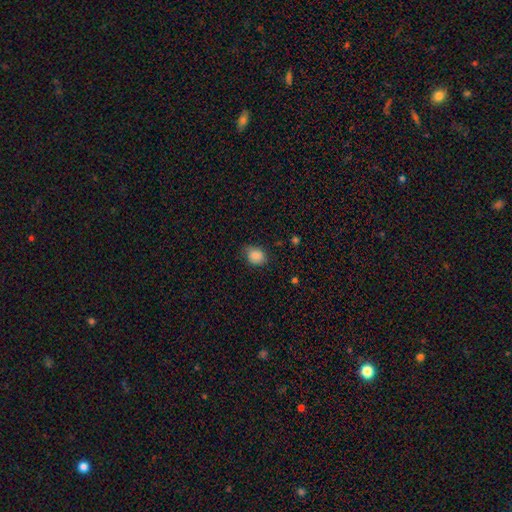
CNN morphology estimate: This is clearly a smooth galaxy (86%). How rounded: possibly in between (52%). Merging: likely none (69%).